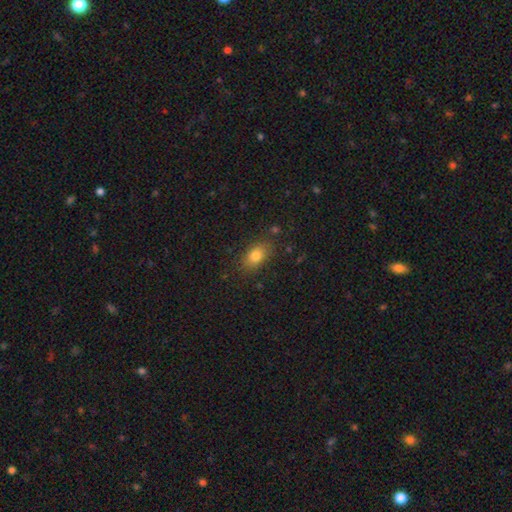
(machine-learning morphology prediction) type=smooth (80%); roundness=in between (81%); merging=none (82%).